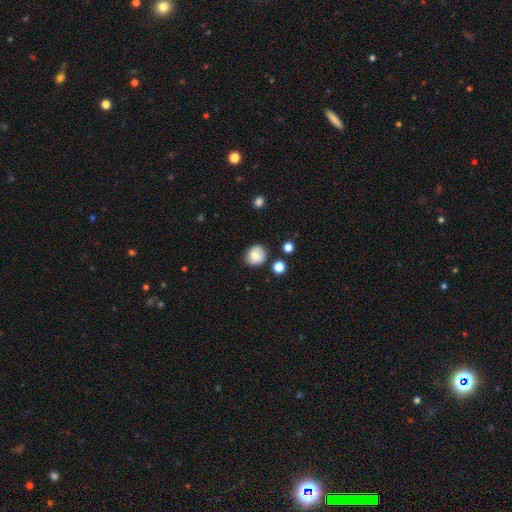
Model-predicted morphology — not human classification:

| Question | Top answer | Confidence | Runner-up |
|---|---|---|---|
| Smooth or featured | smooth | 78% | featured or disk (13%) |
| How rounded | round | 77% | in between (22%) |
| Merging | none | 75% | minor disturbance (17%) |